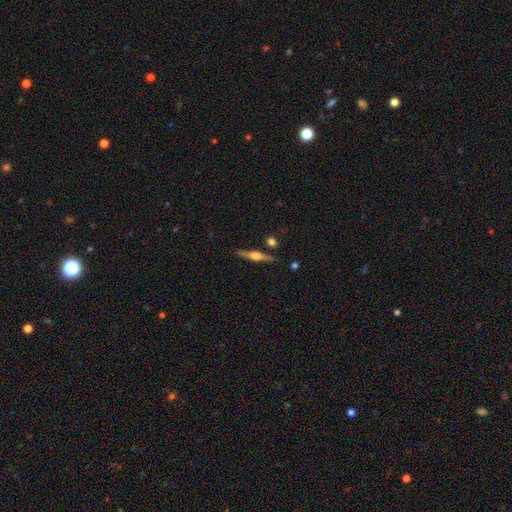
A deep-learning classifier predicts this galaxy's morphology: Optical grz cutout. It shows a featured or disk galaxy (73%) viewed edge-on (98%) with a rounded central bulge (89%). Merging: none (86%).